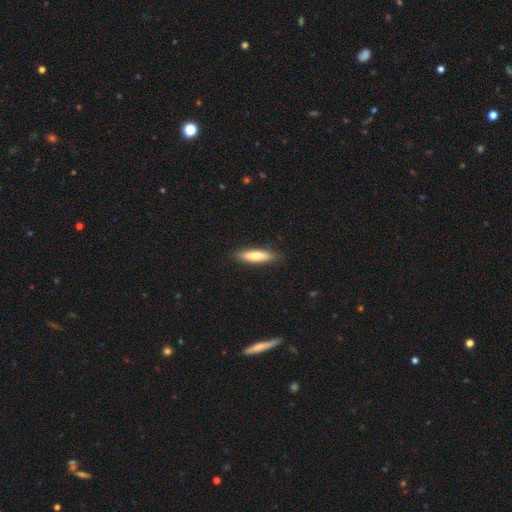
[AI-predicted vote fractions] Smooth or featured? Predicted: smooth (p=0.72). How rounded? Predicted: cigar-shaped (p=0.76). Merging? Predicted: none (p=0.87).